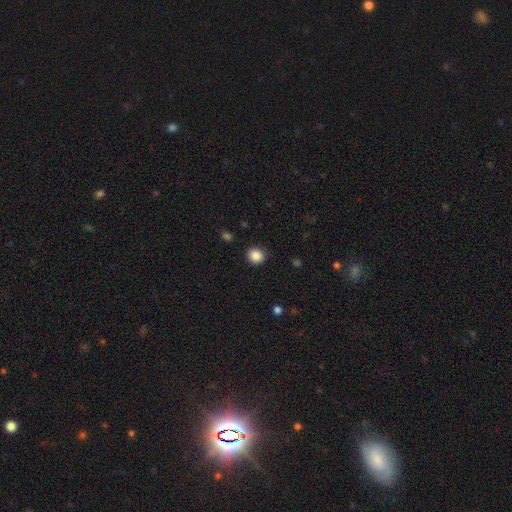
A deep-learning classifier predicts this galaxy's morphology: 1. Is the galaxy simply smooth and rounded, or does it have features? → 87% smooth, 10% star or artifact, 3% featured or disk.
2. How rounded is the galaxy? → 82% round, 17% in between, 1% cigar-shaped.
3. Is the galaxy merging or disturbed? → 90% none, 7% minor disturbance, 2% major disturbance, 1% merger.